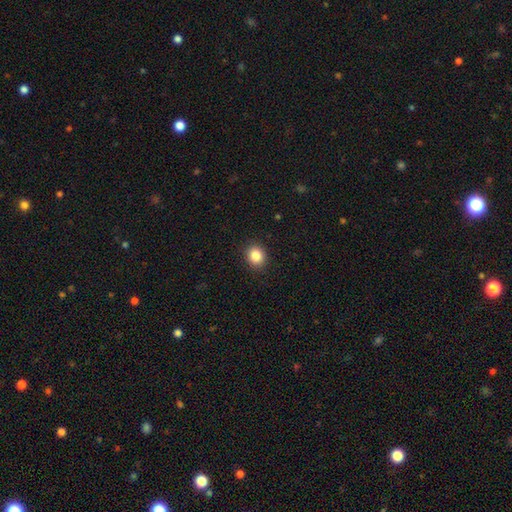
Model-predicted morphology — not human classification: smooth_or_featured: smooth (p=0.86) [alt: star or artifact p=0.10]
how_rounded: round (p=0.71) [alt: in between p=0.28]
merging: none (p=0.90) [alt: minor disturbance p=0.07]